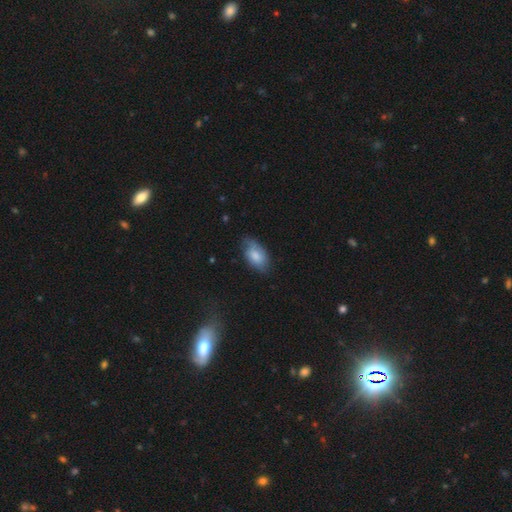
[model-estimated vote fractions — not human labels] Smooth or featured? Predicted: smooth (p=0.73). How rounded? Predicted: in between (p=0.93). Merging? Predicted: none (p=0.63).